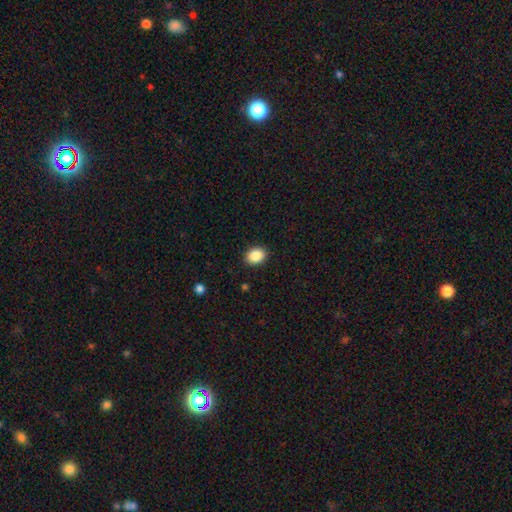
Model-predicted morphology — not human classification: Overall: smooth (88%). How rounded: in between (61%; round 38%). Merging: none (90%).